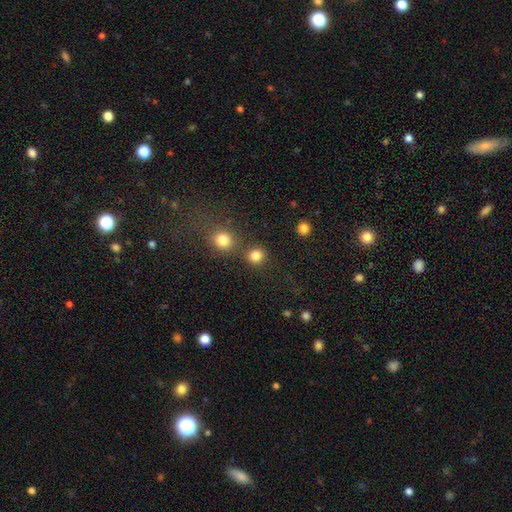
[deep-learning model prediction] smooth-or-featured: smooth: 83% | star or artifact: 13% | featured or disk: 4%
  how-rounded: round: 90% | in between: 9% | cigar-shaped: 1%
  merging: none: 79% | merger: 12% | minor disturbance: 6% | major disturbance: 3%